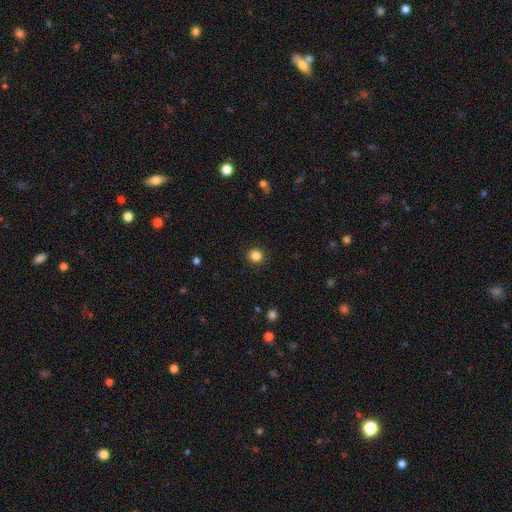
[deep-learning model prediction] Smooth or featured? smooth (85%)
How rounded? round (94%)
Merging? none (92%)